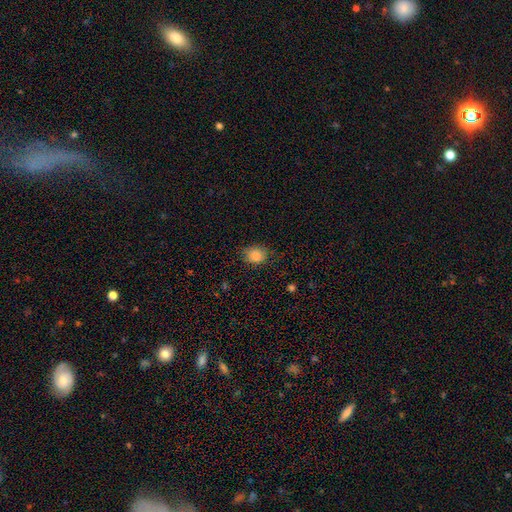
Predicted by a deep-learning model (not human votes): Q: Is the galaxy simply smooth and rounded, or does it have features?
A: smooth — 86%.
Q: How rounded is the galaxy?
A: round — 63%.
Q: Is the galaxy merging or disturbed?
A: none — 79%.